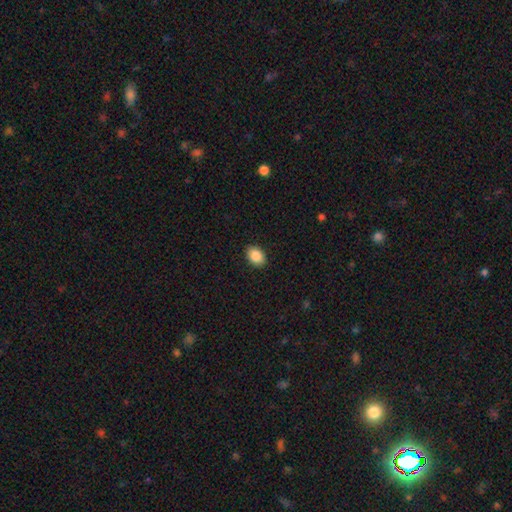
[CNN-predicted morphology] smooth-or-featured: smooth: 88% | star or artifact: 8% | featured or disk: 4%
  how-rounded: in between: 77% | round: 22% | cigar-shaped: 1%
  merging: none: 90% | minor disturbance: 7% | major disturbance: 2% | merger: 1%